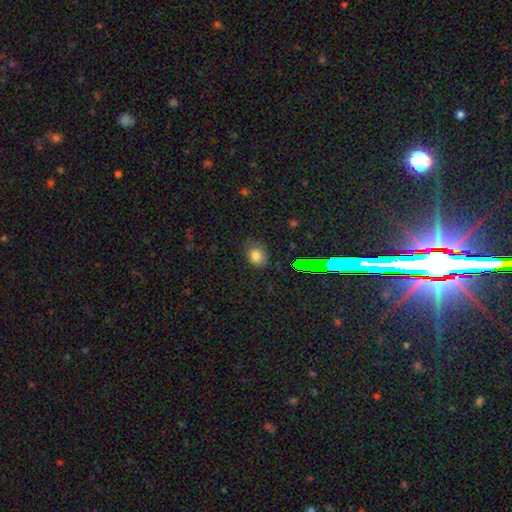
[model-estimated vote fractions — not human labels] Q: Smooth or featured?
A: smooth (76%); runner-up: star or artifact (17%)
Q: How rounded?
A: round (52%); runner-up: in between (47%)
Q: Merging?
A: none (75%); runner-up: minor disturbance (19%)